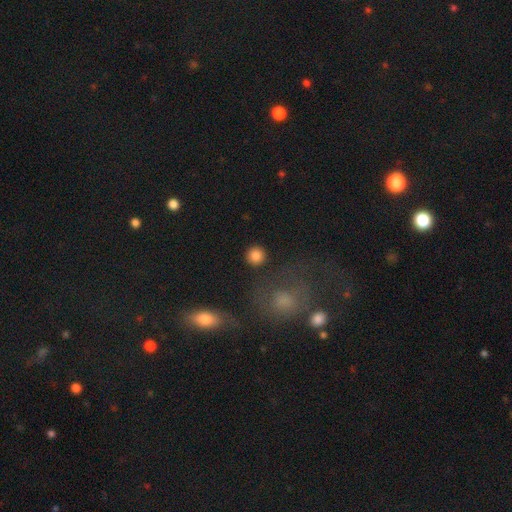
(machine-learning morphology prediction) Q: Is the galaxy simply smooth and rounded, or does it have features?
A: smooth — 85%.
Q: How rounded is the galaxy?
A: round — 94%.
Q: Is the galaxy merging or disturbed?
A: none — 89%.